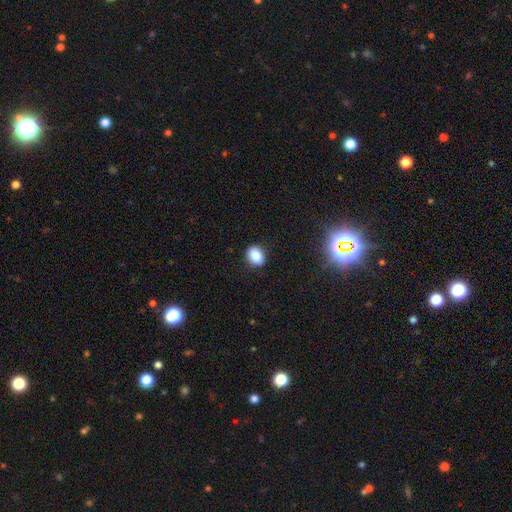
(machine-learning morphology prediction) smooth 85%, star or artifact 10%, featured or disk 5%. Down the decision tree: how rounded — in between (57%); merging — none (85%).